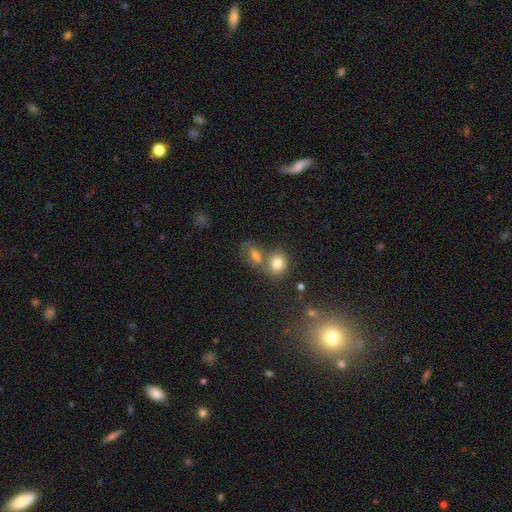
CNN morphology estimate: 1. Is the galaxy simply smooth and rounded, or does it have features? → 66% smooth, 19% featured or disk, 16% star or artifact.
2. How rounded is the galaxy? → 65% in between, 31% round, 4% cigar-shaped.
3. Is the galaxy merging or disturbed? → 44% none, 35% merger, 14% minor disturbance, 7% major disturbance.